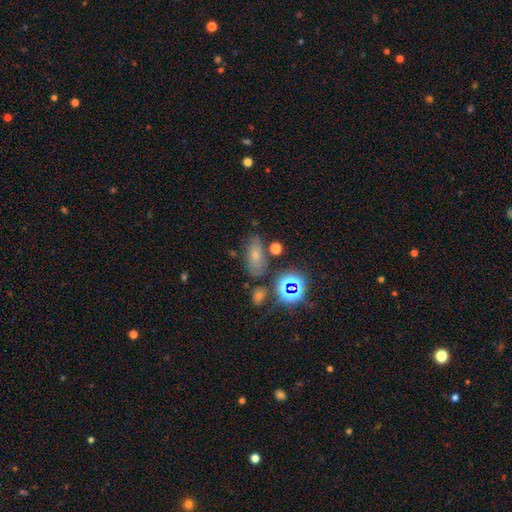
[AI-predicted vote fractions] Q: Smooth or featured?
A: smooth (52%); runner-up: star or artifact (26%)
Q: How rounded?
A: in between (82%); runner-up: round (11%)
Q: Merging?
A: none (67%); runner-up: minor disturbance (18%)